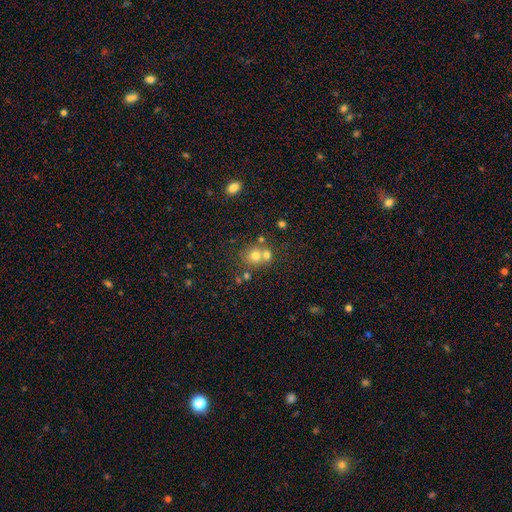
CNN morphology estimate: A smooth galaxy with no disk features (69%) that is round (83%). Merging: none (46%).